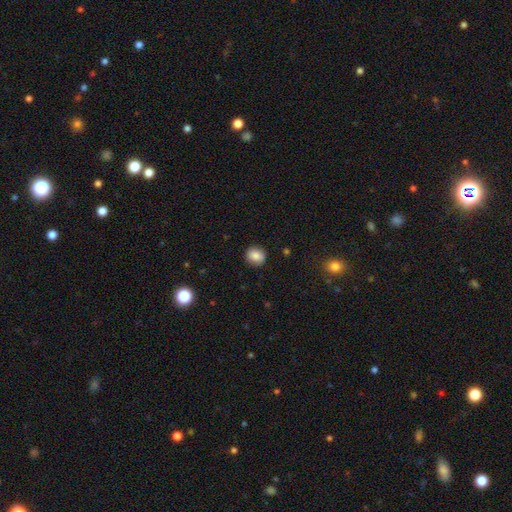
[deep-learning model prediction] Smooth or featured: smooth — 84% (star or artifact — 9%)
How rounded: round — 78% (in between — 21%)
Merging: none — 88% (minor disturbance — 9%)